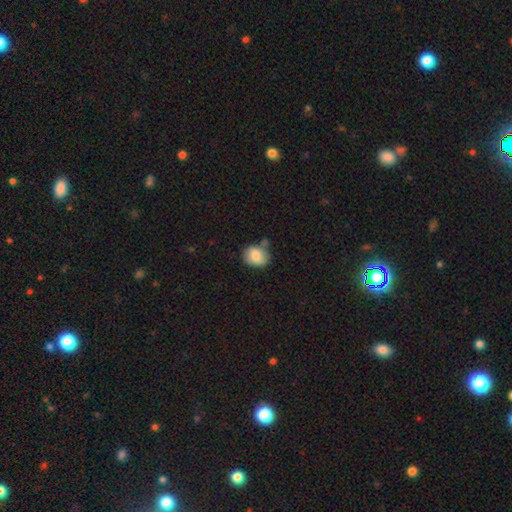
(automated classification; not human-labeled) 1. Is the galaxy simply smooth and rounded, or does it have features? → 81% smooth, 11% featured or disk, 8% star or artifact.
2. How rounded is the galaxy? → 58% round, 41% in between, 1% cigar-shaped.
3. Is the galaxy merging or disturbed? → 61% none, 23% minor disturbance, 11% merger, 5% major disturbance.